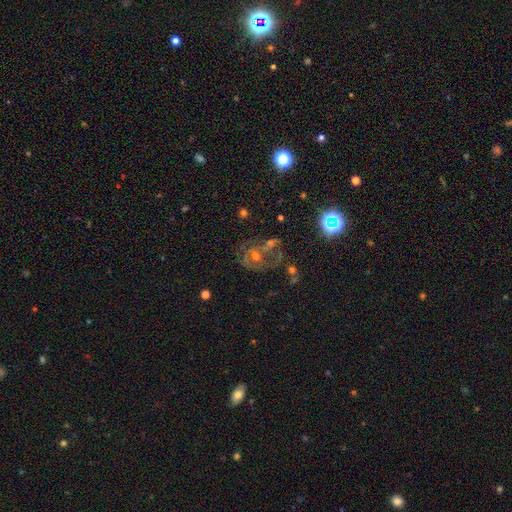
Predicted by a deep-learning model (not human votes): Smooth or featured?
  - featured or disk: 54% *
  - smooth: 24%
  - star or artifact: 22%
Edge-on disk?
  - no: 97% *
  - yes: 3%
Bar?
  - no: 68% *
  - weak: 24%
  - strong: 8%
Spiral arms?
  - yes: 52% *
  - no: 48%
Bulge size?
  - moderate: 56% *
  - small: 31%
  - none: 6%
  - large: 5%
  - dominant: 2%
Merging?
  - none: 34% *
  - merger: 29%
  - major disturbance: 22%
  - minor disturbance: 15%